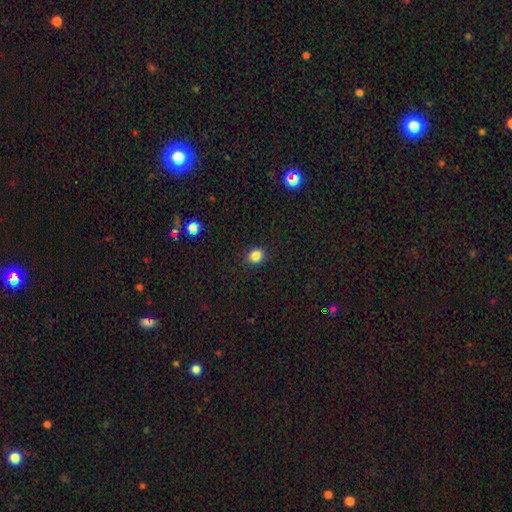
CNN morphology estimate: type=smooth (85%); roundness=round (65%); merging=none (88%).